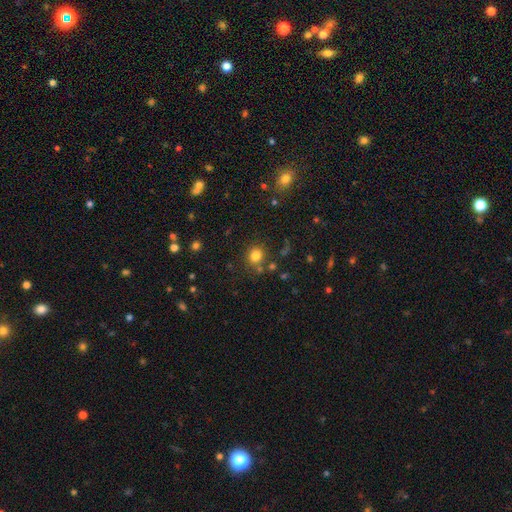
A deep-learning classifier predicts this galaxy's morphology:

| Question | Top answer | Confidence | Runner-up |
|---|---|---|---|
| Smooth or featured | smooth | 80% | star or artifact (14%) |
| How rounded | round | 83% | in between (16%) |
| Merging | none | 77% | minor disturbance (10%) |